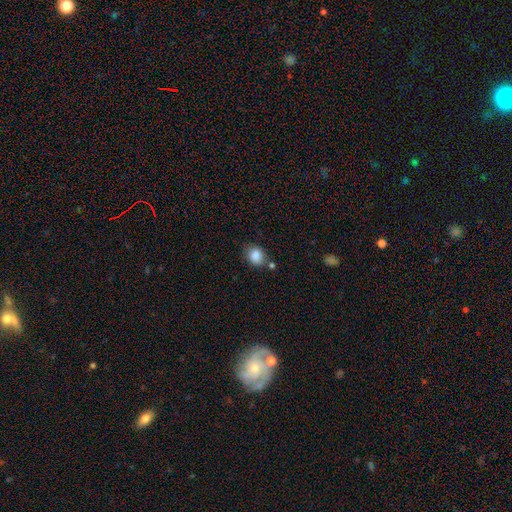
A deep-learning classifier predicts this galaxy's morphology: The model was most divided on "how rounded": round: 61%, in between: 38%, cigar-shaped: 1%. More confident: smooth or featured — smooth (86%); merging — none (70%).